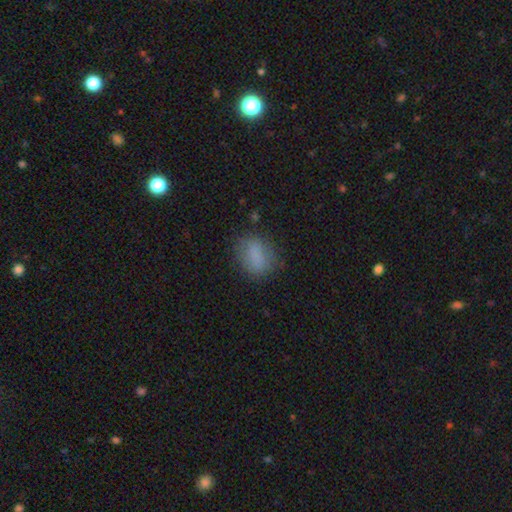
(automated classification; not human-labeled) Smooth or featured? Predicted: smooth (p=0.81). How rounded? Predicted: in between (p=0.69). Merging? Predicted: none (p=0.75).